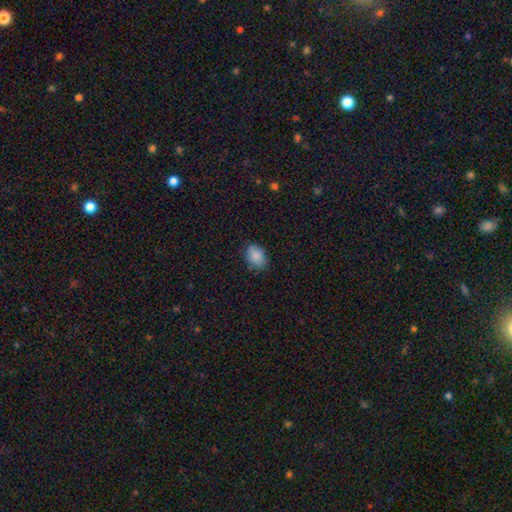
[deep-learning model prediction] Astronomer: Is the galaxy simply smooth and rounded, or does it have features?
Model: smooth — 86%.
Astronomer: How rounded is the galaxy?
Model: in between — 71%.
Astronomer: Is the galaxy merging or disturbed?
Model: none — 79%.